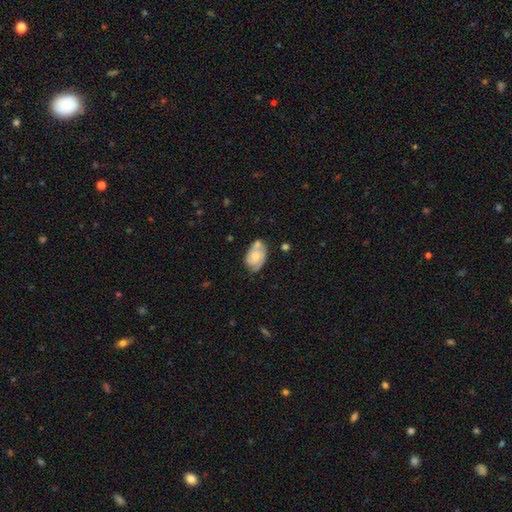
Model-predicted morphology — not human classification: Smooth or featured: featured or disk — 51% (smooth — 42%)
Edge-on disk: no — 95% (yes — 5%)
Merging: none — 48% (minor disturbance — 26%)